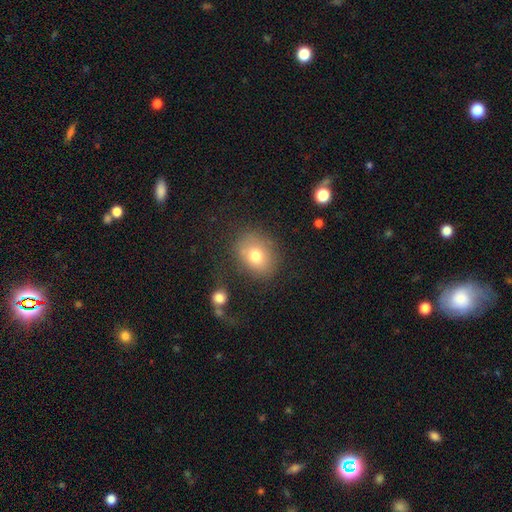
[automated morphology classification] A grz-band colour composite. It shows a smooth galaxy with no disk features (75%) that is in between round and cigar-shaped (52%). Merging: none (69%).